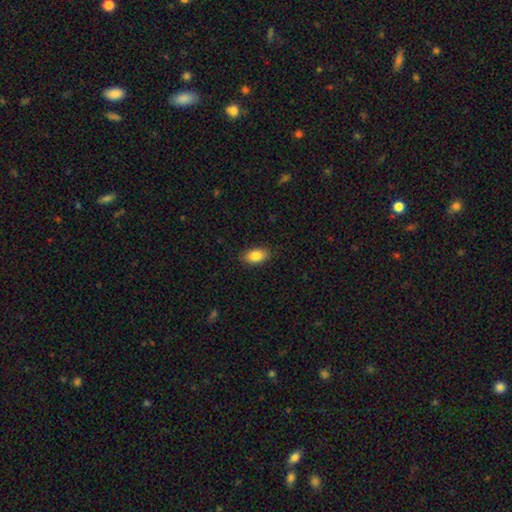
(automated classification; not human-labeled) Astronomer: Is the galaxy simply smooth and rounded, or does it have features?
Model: smooth — 85%.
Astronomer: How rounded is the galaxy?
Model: in between — 91%.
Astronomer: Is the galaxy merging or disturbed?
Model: none — 88%.